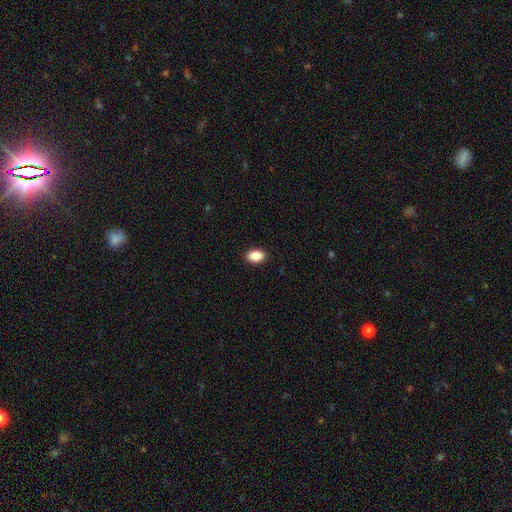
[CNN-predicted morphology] Smooth or featured? Predicted: smooth (p=0.90). How rounded? Predicted: in between (p=0.89). Merging? Predicted: none (p=0.90).